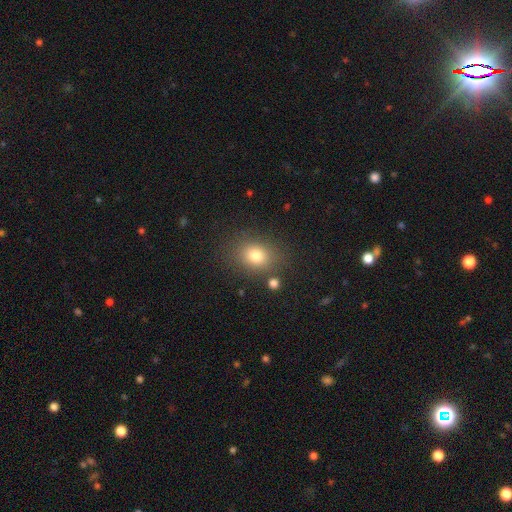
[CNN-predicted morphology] Overall: smooth (78%). How rounded: in between (52%; round 47%). Merging: none (80%).